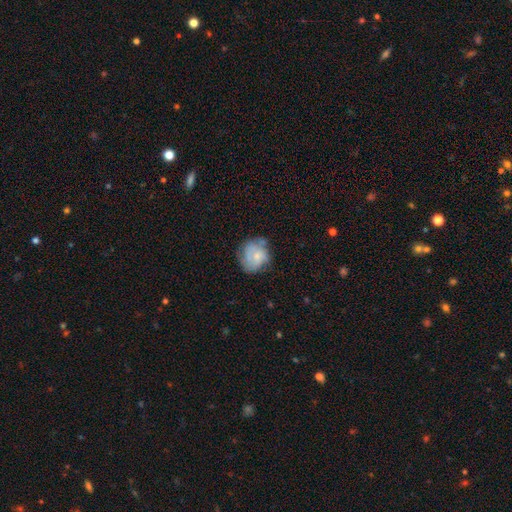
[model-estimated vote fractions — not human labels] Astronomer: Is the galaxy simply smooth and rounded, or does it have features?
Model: smooth — 52% (runner-up: featured or disk, 40%).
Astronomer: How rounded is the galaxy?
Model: round — 74%.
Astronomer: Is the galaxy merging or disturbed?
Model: none — 57%.